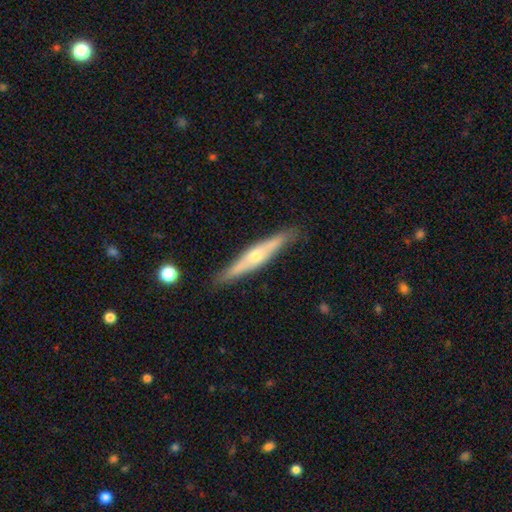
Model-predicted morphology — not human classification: This is possibly a featured or disk galaxy (60%). It is clearly viewed edge-on (91%). Edge-on bulge: clearly rounded (82%). Merging: clearly none (86%).